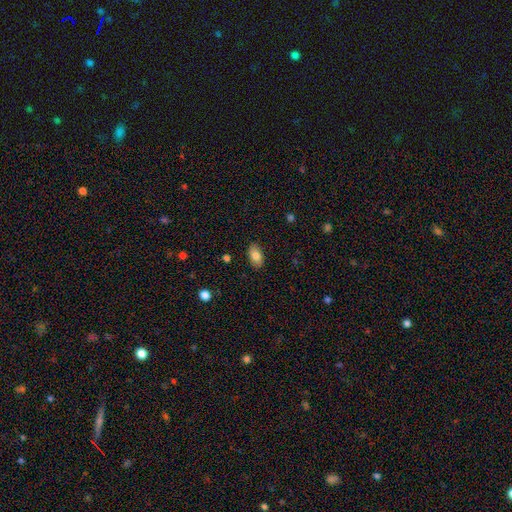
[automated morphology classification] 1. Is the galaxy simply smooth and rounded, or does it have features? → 82% smooth, 11% featured or disk, 8% star or artifact.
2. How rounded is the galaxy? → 92% in between, 6% round, 2% cigar-shaped.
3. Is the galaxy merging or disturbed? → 87% none, 10% minor disturbance, 2% major disturbance, 1% merger.